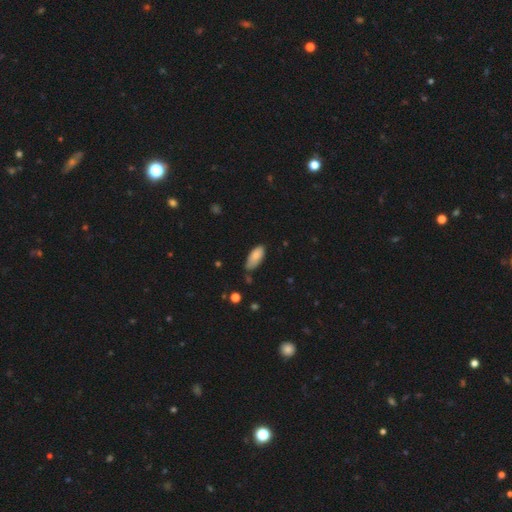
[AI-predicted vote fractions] This is clearly a smooth galaxy (82%). How rounded: clearly in between (87%). Merging: likely none (63%).